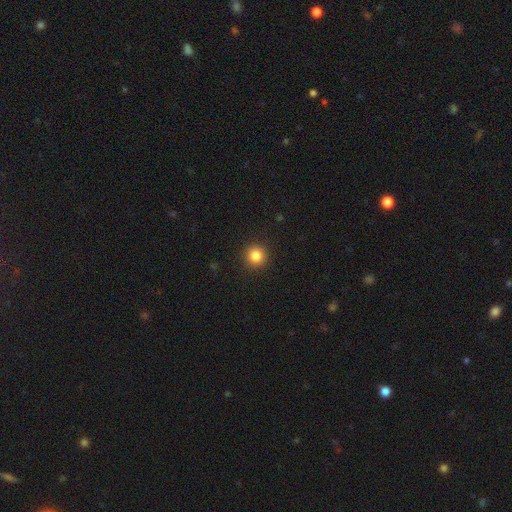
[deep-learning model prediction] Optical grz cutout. It shows a smooth galaxy with no disk features (84%) that is round (95%). Merging: none (92%).